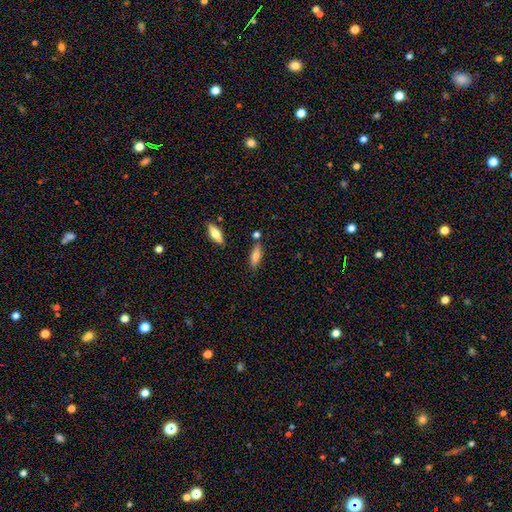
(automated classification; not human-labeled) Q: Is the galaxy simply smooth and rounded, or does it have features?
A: smooth — 74%.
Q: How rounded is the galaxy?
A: in between — 57%.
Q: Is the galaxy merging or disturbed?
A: none — 75%.